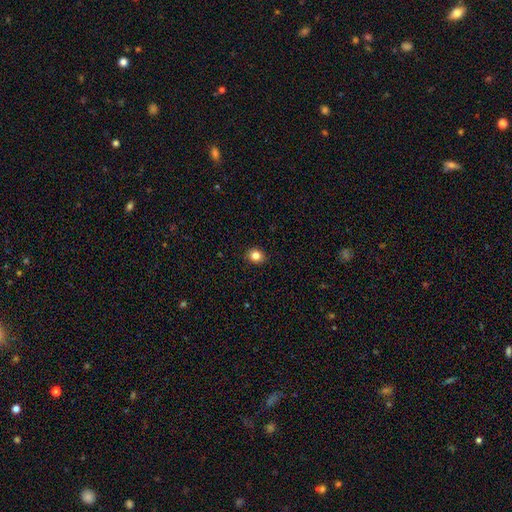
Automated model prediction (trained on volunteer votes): Smooth or featured: smooth — 84% (star or artifact — 11%)
How rounded: round — 71% (in between — 28%)
Merging: none — 90% (minor disturbance — 7%)